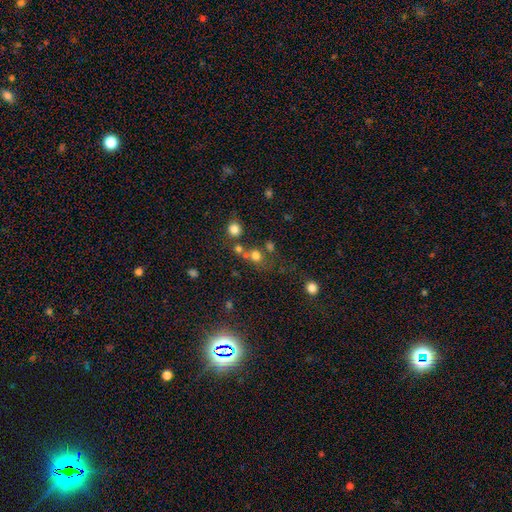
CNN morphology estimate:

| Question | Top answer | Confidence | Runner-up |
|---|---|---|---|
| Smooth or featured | smooth | 71% | star or artifact (19%) |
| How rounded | round | 81% | in between (18%) |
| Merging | none | 54% | merger (28%) |